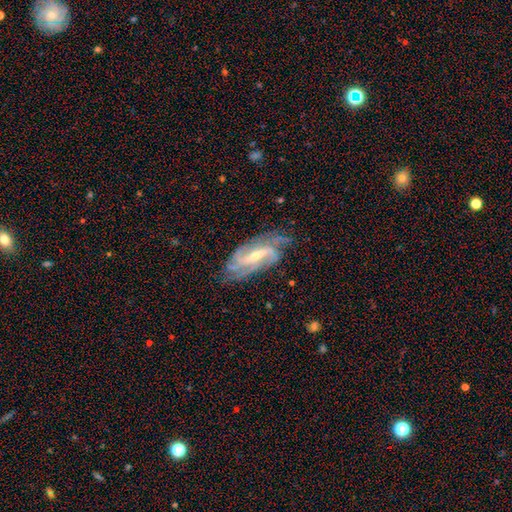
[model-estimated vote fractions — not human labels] smooth_or_featured: featured or disk (p=0.89) [alt: star or artifact p=0.06]
disk_edge_on: no (p=0.92) [alt: yes p=0.08]
bar: strong (p=0.48) [alt: weak p=0.37]
has_spiral_arms: yes (p=0.97) [alt: no p=0.03]
spiral_winding: medium (p=0.42) [alt: tight p=0.36]
spiral_arm_count: 2 (p=0.33) [alt: 3 p=0.22]
bulge_size: small (p=0.58) [alt: moderate p=0.38]
merging: none (p=0.74) [alt: minor disturbance p=0.18]